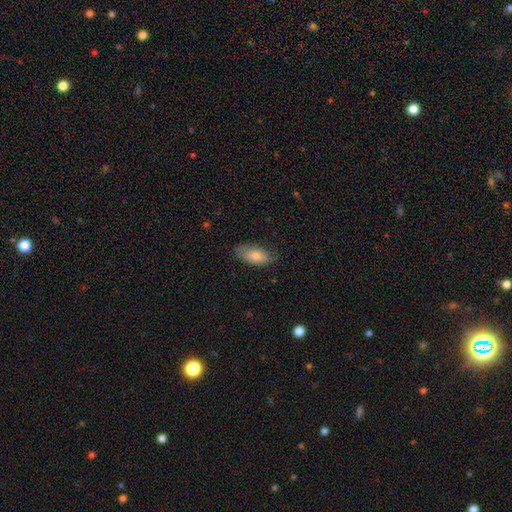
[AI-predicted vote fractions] A smooth galaxy with no disk features (77%) that is in between round and cigar-shaped (89%).

Vote fractions:
- Smooth or featured? smooth: 77% / featured or disk: 16% / star or artifact: 7%
- How rounded? in between: 89% / cigar-shaped: 7% / round: 3%
- Merging? none: 75% / minor disturbance: 20% / major disturbance: 4% / merger: 1%